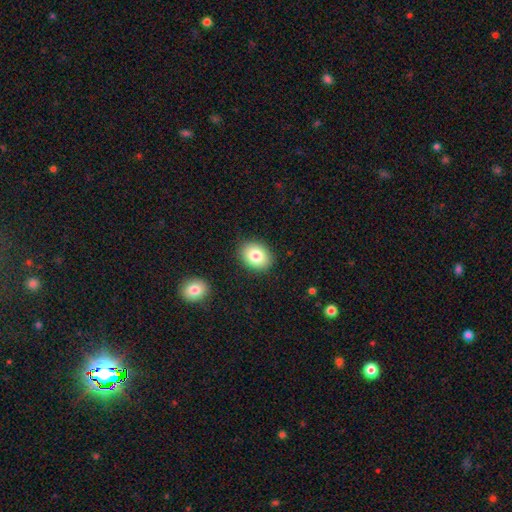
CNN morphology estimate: Smooth or featured: smooth — 82% (featured or disk — 9%)
How rounded: in between — 62% (round — 37%)
Merging: none — 87% (minor disturbance — 9%)